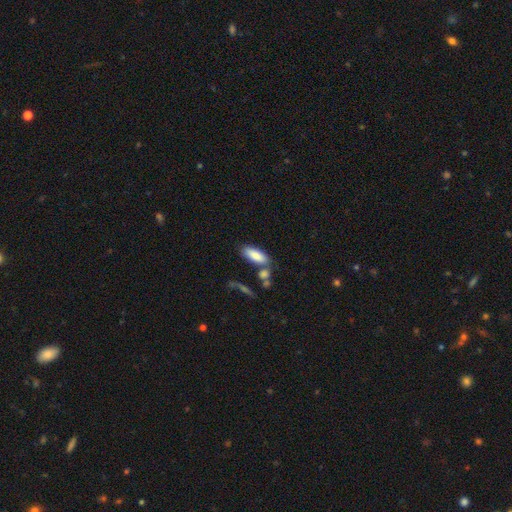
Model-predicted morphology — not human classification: Smooth or featured? Predicted: smooth (p=0.85). How rounded? Predicted: in between (p=0.78). Merging? Predicted: none (p=0.63).